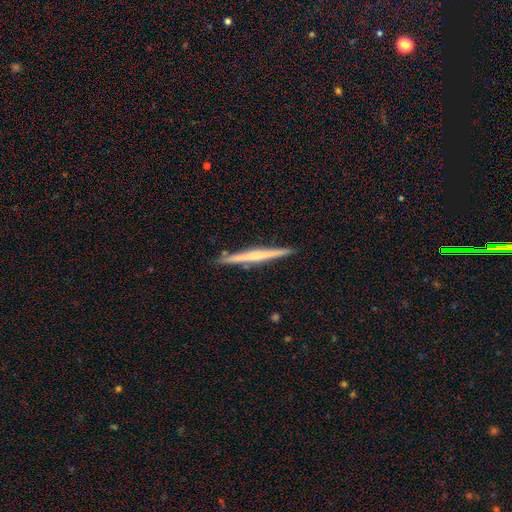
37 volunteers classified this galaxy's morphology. smooth_or_featured: featured or disk (p=0.59) [alt: smooth p=0.35]
disk_edge_on: yes (p=1.00)
edge_on_bulge: rounded (p=0.55) [alt: none p=0.36]
merging: none (p=0.91) [alt: minor disturbance p=0.06]